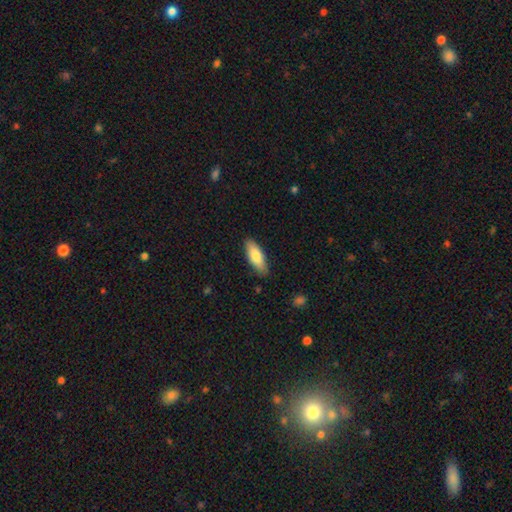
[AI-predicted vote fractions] Smooth or featured? Predicted: smooth (p=0.79). How rounded? Predicted: in between (p=0.64). Merging? Predicted: none (p=0.86).